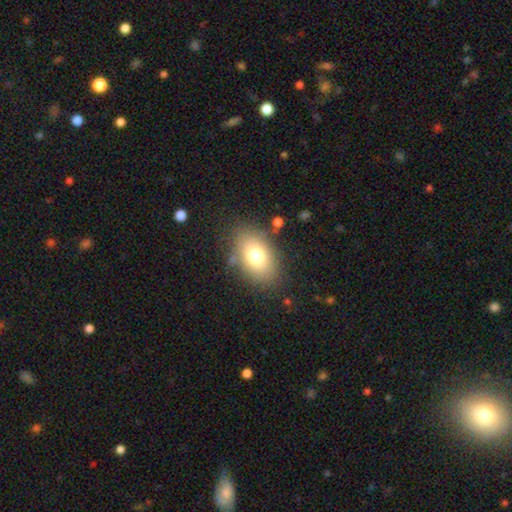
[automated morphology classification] smooth-or-featured: smooth: 74% | featured or disk: 16% | star or artifact: 11%
  how-rounded: in between: 81% | round: 18% | cigar-shaped: 1%
  merging: none: 80% | minor disturbance: 12% | major disturbance: 5% | merger: 2%